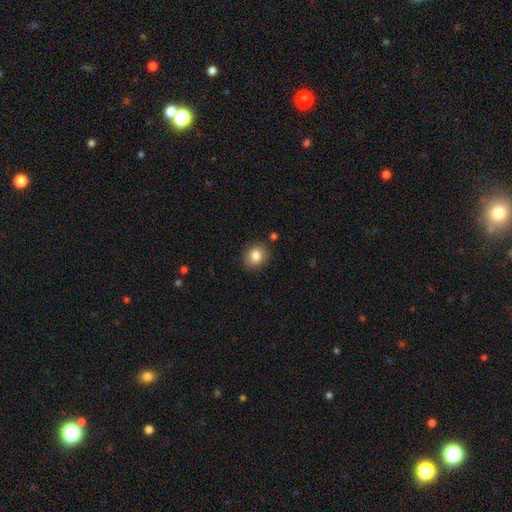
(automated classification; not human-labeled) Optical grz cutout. It shows a smooth galaxy with no disk features (84%) that is round (77%). Merging: none (86%).